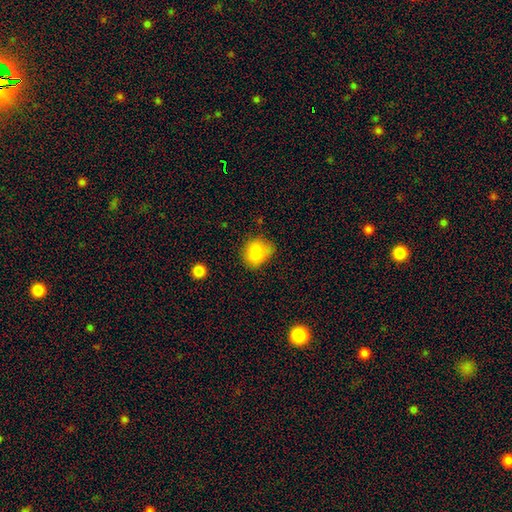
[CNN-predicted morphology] Overall: smooth (80%). How rounded: round (53%; in between 46%). Merging: none (46%; minor disturbance 25%).